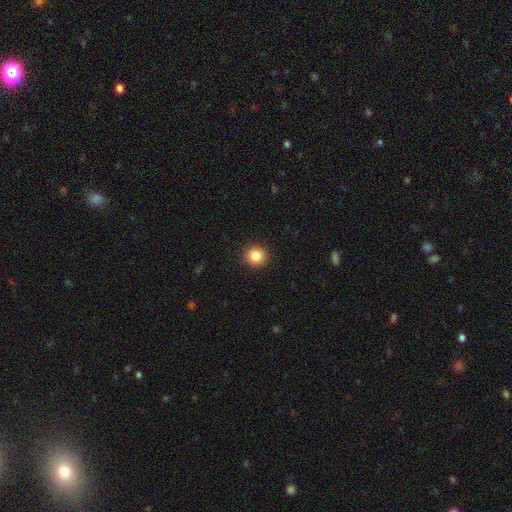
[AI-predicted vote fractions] smooth-or-featured: smooth: 84% | star or artifact: 11% | featured or disk: 5%
  how-rounded: round: 94% | in between: 5% | cigar-shaped: 1%
  merging: none: 93% | minor disturbance: 5% | major disturbance: 2% | merger: 1%